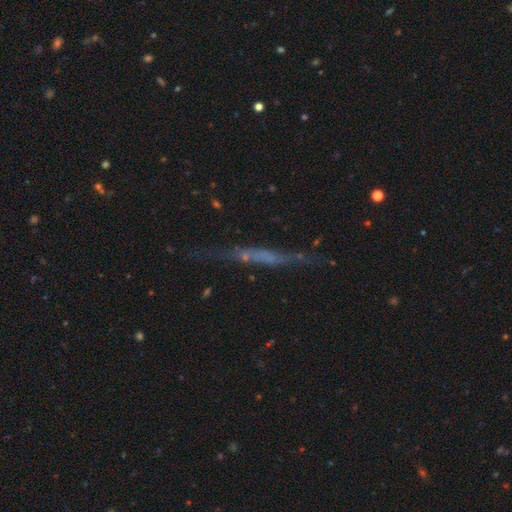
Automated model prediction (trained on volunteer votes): Q: Smooth or featured?
A: featured or disk (55%); runner-up: smooth (30%)
Q: Edge-on disk?
A: yes (82%); runner-up: no (18%)
Q: Merging?
A: none (65%); runner-up: minor disturbance (20%)